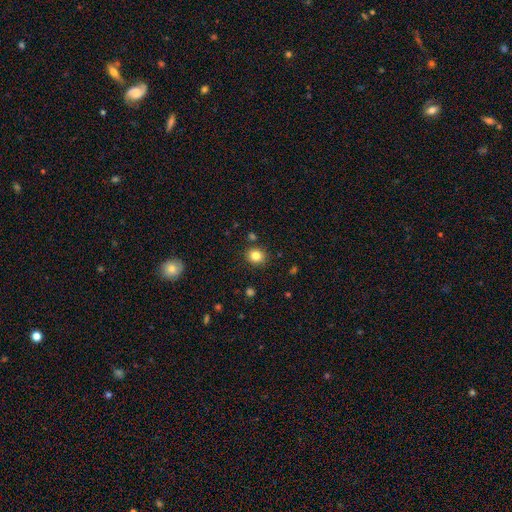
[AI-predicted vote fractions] smooth-or-featured: smooth: 83% | star or artifact: 11% | featured or disk: 6%
  how-rounded: round: 80% | in between: 19% | cigar-shaped: 1%
  merging: none: 88% | minor disturbance: 7% | merger: 3% | major disturbance: 2%